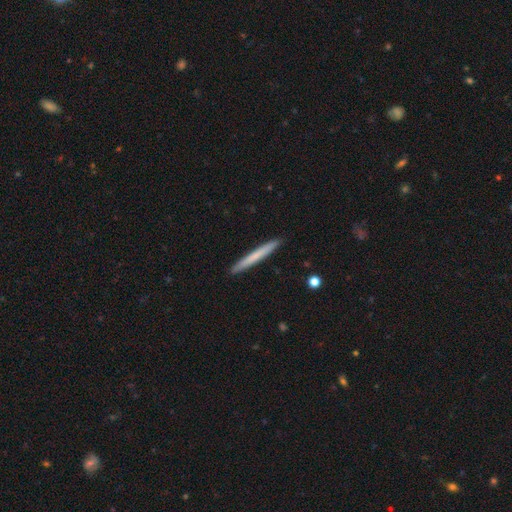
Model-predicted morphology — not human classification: Smooth or featured: smooth — 65% (featured or disk — 29%)
How rounded: cigar-shaped — 97% (in between — 2%)
Merging: none — 93% (minor disturbance — 5%)